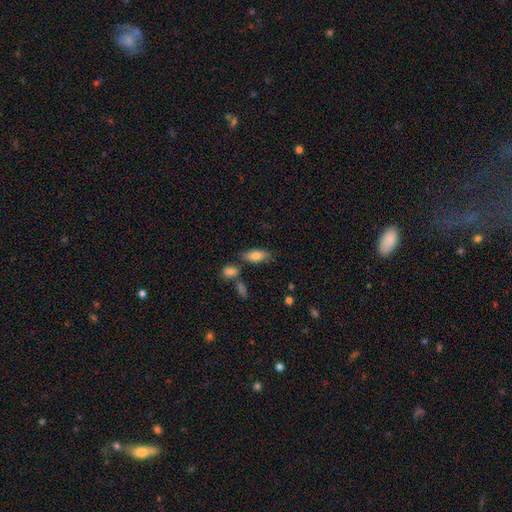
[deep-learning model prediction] Overall: smooth (79%). How rounded: in between (85%). Merging: none (70%).